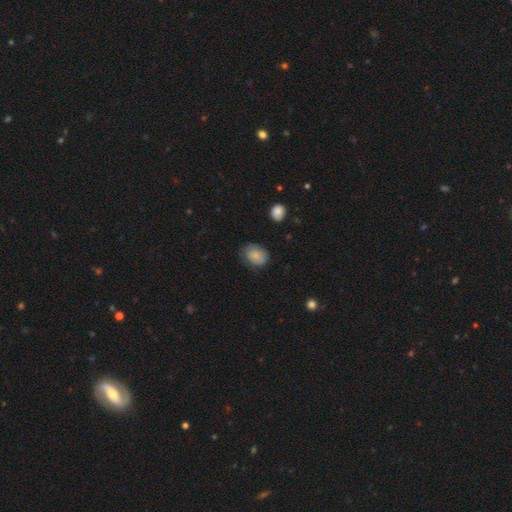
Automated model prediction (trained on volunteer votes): Overall: smooth (81%). How rounded: in between (65%; round 34%). Merging: none (62%; minor disturbance 28%).